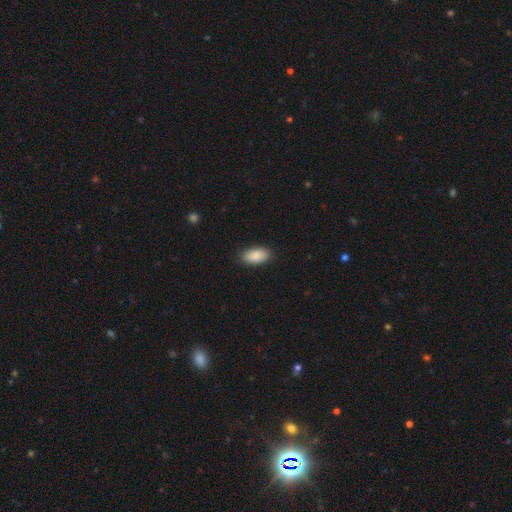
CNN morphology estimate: Overall: smooth (89%). How rounded: in between (93%). Merging: none (89%).